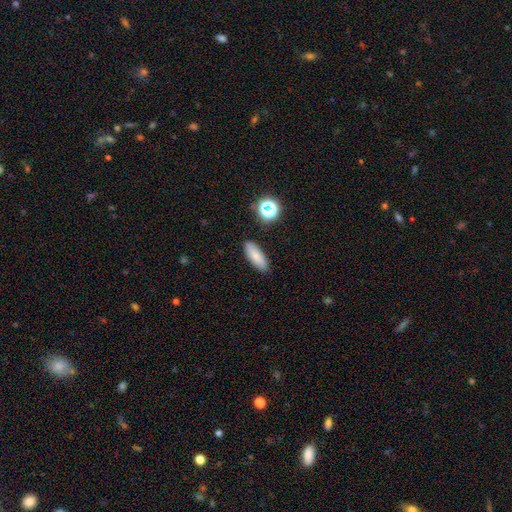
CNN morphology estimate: smooth_or_featured: smooth (p=0.80) [alt: featured or disk p=0.10]
how_rounded: in between (p=0.64) [alt: cigar-shaped p=0.33]
merging: none (p=0.87) [alt: minor disturbance p=0.09]